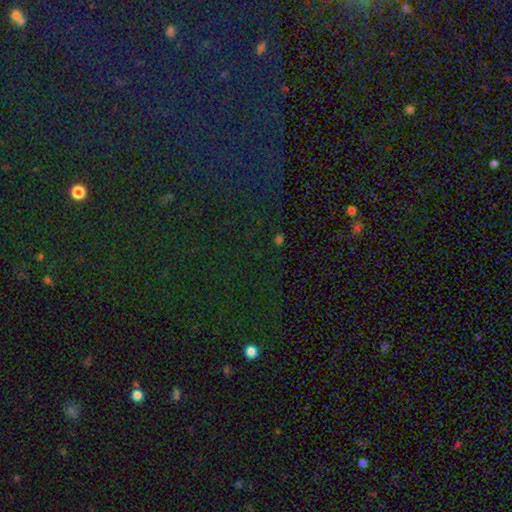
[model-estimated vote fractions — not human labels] Smooth or featured? star or artifact (82%)